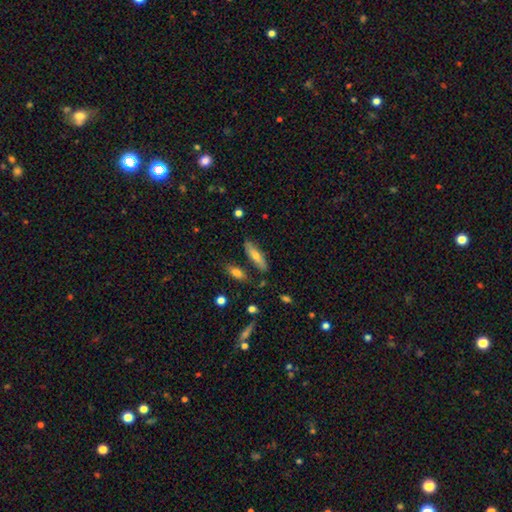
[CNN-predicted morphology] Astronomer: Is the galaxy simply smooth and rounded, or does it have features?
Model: smooth — 58% (runner-up: featured or disk, 35%).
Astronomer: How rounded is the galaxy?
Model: cigar-shaped — 68%.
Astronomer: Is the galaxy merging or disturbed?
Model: none — 79%.